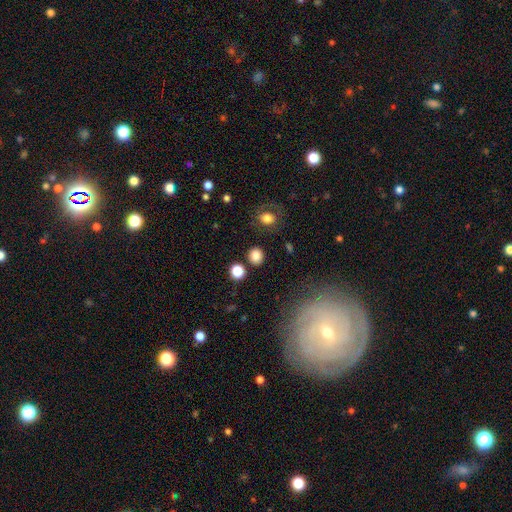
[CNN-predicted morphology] smooth_or_featured: smooth (p=0.83) [alt: star or artifact p=0.12]
how_rounded: round (p=0.80) [alt: in between p=0.19]
merging: none (p=0.84) [alt: minor disturbance p=0.08]